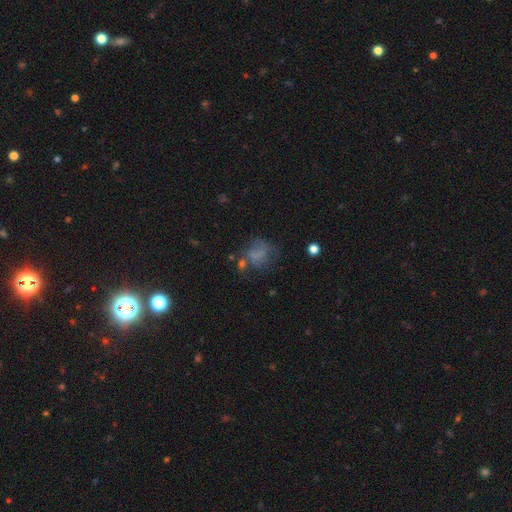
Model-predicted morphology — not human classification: type=smooth (45%); merging=none (48%).